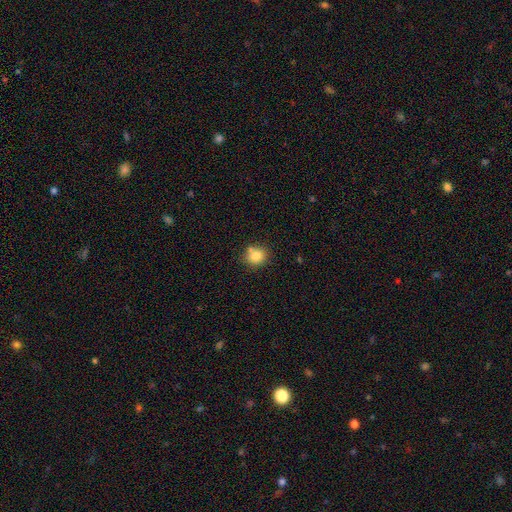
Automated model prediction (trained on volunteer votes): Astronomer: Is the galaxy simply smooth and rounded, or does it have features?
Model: smooth — 82%.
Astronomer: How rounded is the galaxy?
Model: round — 80%.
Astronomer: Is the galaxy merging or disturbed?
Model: none — 69%.